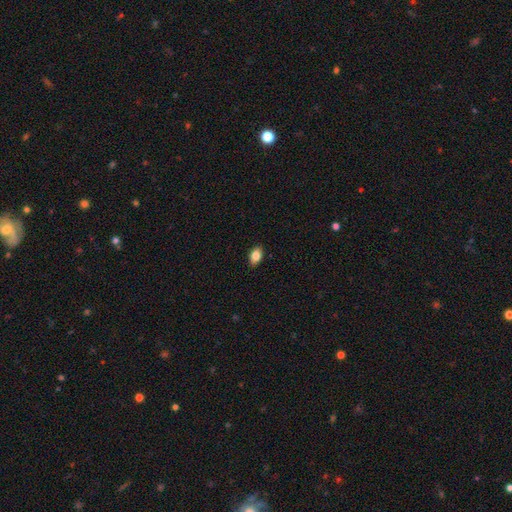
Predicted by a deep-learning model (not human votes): The model was most divided on "smooth or featured": smooth: 85%, star or artifact: 8%, featured or disk: 7%. More confident: how rounded — in between (89%); merging — none (88%).